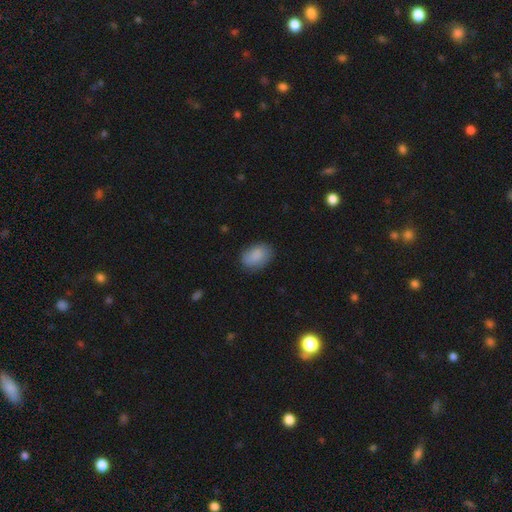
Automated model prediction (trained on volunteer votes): Morphology: type=smooth (88%); roundness=in between (85%); merging=none (79%).